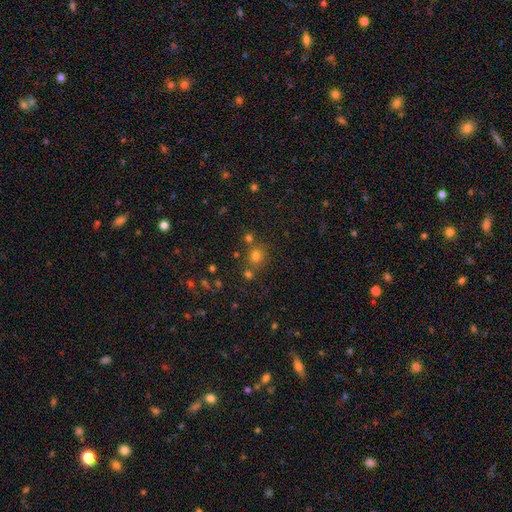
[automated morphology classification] A smooth galaxy with no disk features (68%) that is round (85%). Merging: none (71%).